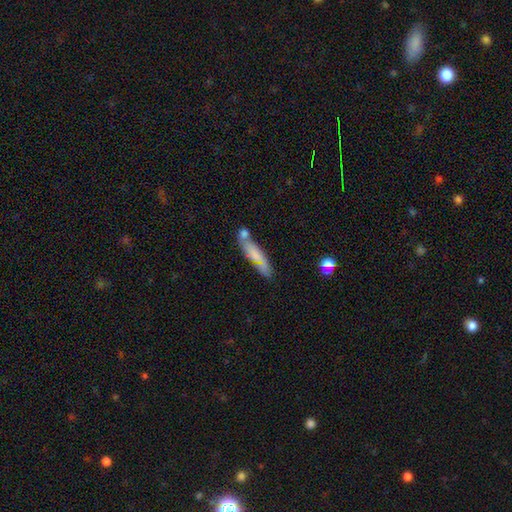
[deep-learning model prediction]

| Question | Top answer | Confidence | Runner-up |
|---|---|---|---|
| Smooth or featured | smooth | 61% | featured or disk (32%) |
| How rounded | cigar-shaped | 78% | in between (19%) |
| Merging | none | 59% | merger (19%) |